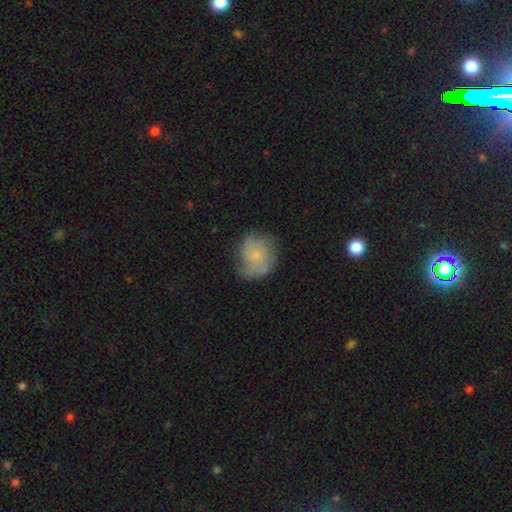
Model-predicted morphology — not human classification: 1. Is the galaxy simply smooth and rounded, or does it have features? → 59% smooth, 32% featured or disk, 9% star or artifact.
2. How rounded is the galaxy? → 71% round, 28% in between, 1% cigar-shaped.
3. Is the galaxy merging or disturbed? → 57% none, 29% minor disturbance, 12% major disturbance, 2% merger.